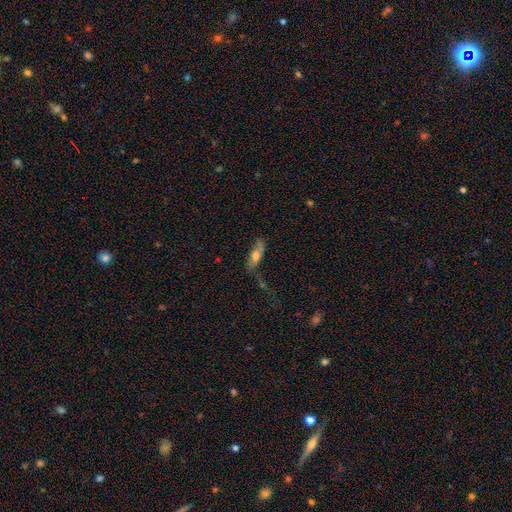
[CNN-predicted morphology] The model was most divided on "smooth or featured": smooth: 61%, featured or disk: 31%, star or artifact: 8%. More confident: how rounded — in between (64%); merging — none (55%).